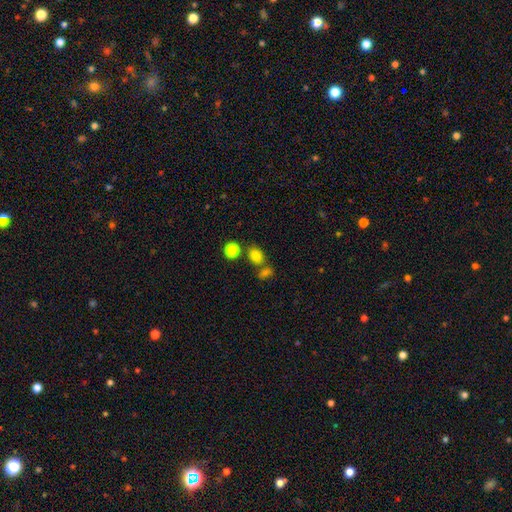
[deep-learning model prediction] Smooth or featured? Predicted: smooth (p=0.81). How rounded? Predicted: in between (p=0.50). Merging? Predicted: none (p=0.62).